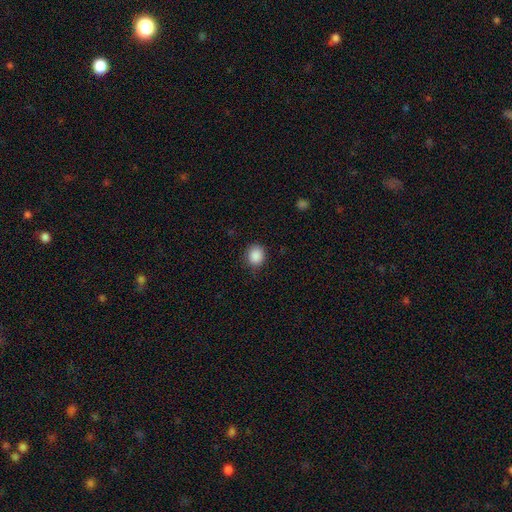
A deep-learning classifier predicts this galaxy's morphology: A smooth galaxy with no disk features (88%) that is round (78%). Merging: none (83%).